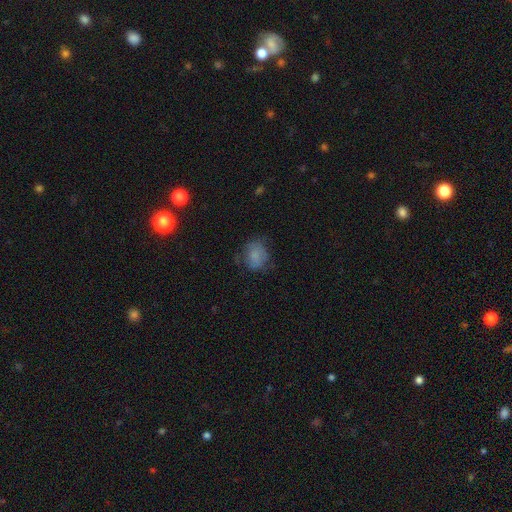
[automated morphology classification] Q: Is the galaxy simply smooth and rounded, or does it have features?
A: smooth — 75%.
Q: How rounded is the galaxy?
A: round — 64%.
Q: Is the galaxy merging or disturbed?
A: none — 62%.